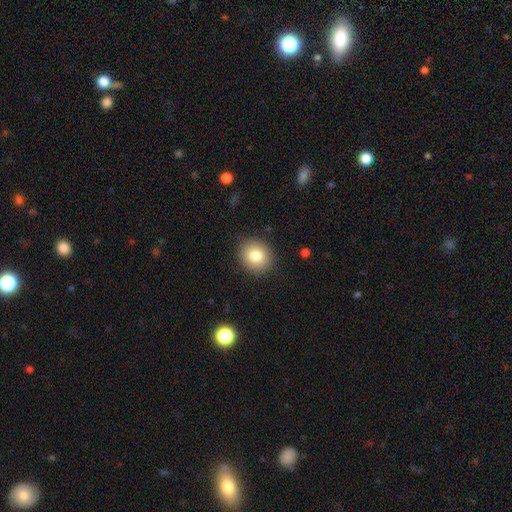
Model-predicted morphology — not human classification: Smooth or featured? Predicted: smooth (p=0.80). How rounded? Predicted: round (p=0.78). Merging? Predicted: none (p=0.89).